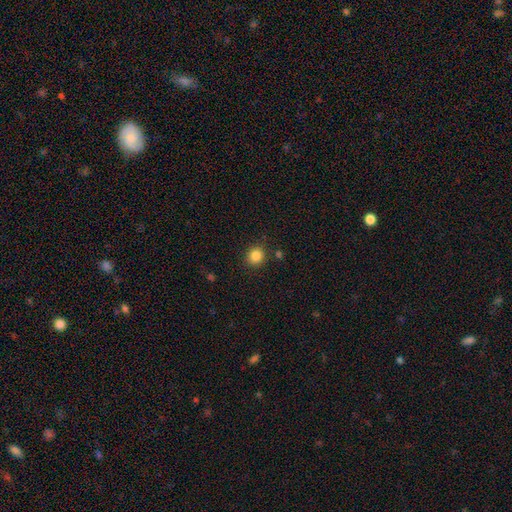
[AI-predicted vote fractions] Morphology: type=smooth (85%); roundness=round (86%); merging=none (87%).